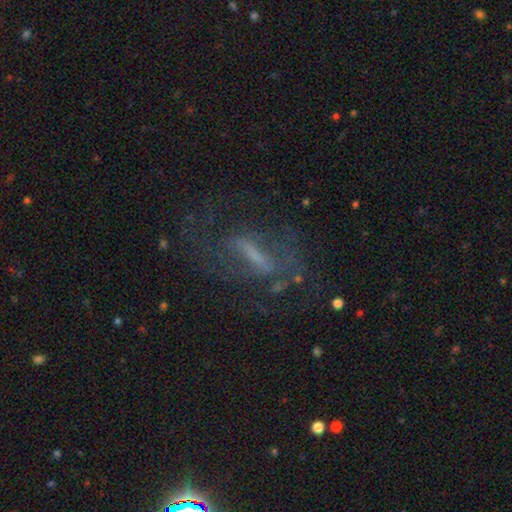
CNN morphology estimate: smooth_or_featured: featured or disk (p=0.64) [alt: smooth p=0.19]
disk_edge_on: no (p=0.78) [alt: yes p=0.22]
merging: none (p=0.58) [alt: major disturbance p=0.22]